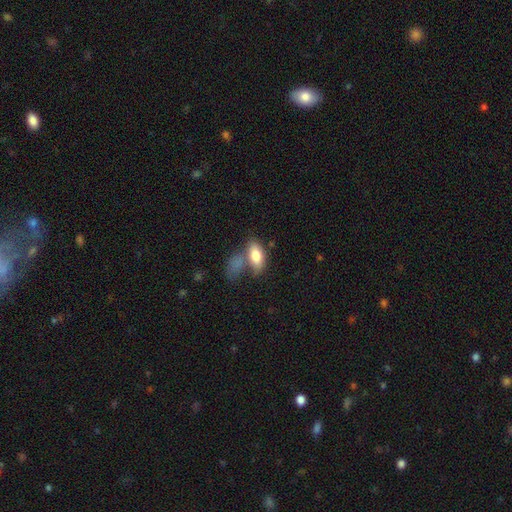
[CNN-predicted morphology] The model was most divided on "merging": none: 38%, merger: 33%, minor disturbance: 18%, major disturbance: 12%. More confident: how rounded — in between (89%); smooth or featured — smooth (79%).